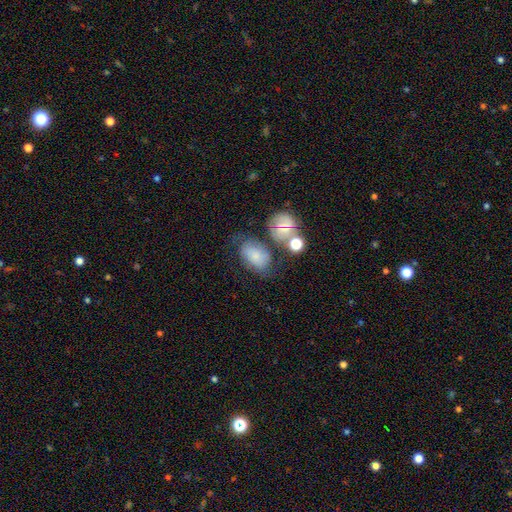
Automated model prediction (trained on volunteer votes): Smooth or featured: smooth — 68% (featured or disk — 20%)
How rounded: in between — 82% (round — 17%)
Merging: none — 46% (minor disturbance — 23%)